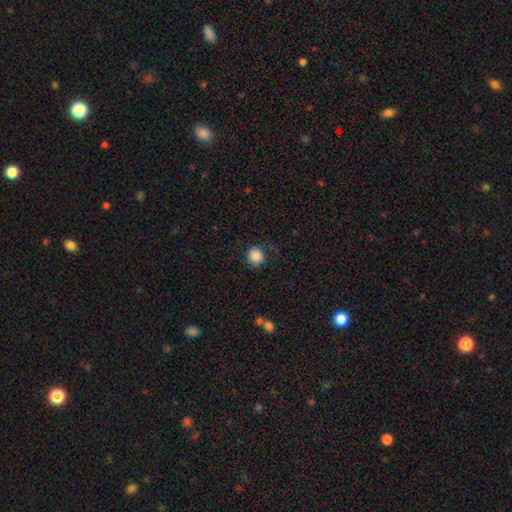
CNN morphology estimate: smooth 86%, star or artifact 9%, featured or disk 4%. Down the decision tree: how rounded — round (91%); merging — none (76%).